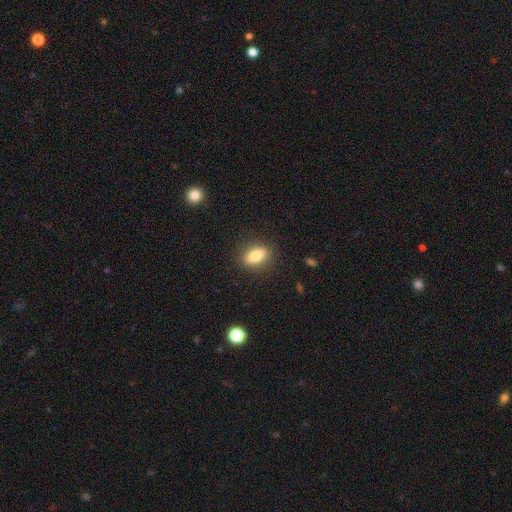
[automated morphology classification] A smooth galaxy with no disk features (81%) that is in between round and cigar-shaped (79%). Merging: none (86%).